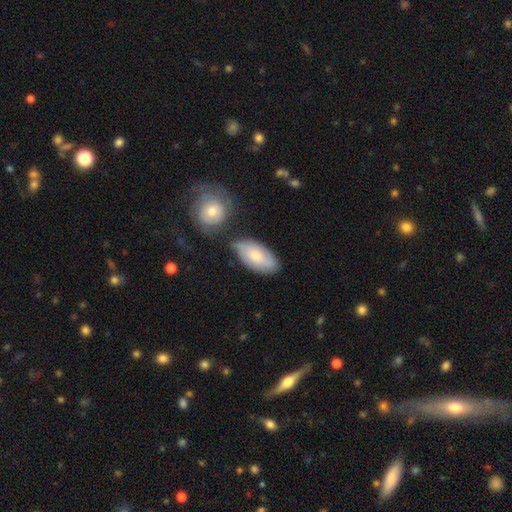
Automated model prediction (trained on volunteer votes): Q: Smooth or featured?
A: smooth (68%); runner-up: featured or disk (26%)
Q: How rounded?
A: in between (92%); runner-up: cigar-shaped (5%)
Q: Merging?
A: none (66%); runner-up: minor disturbance (19%)